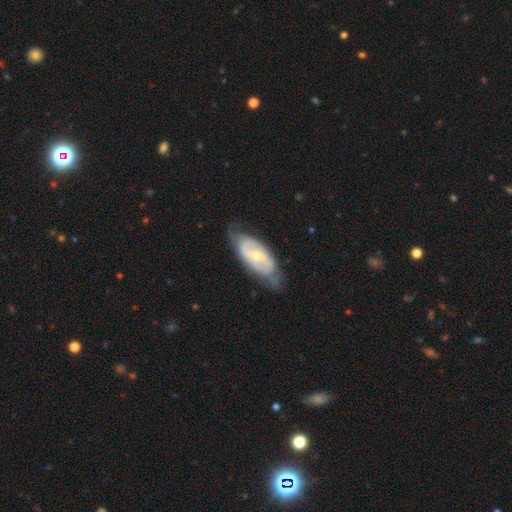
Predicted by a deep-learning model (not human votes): smooth-or-featured: featured or disk: 70% | smooth: 24% | star or artifact: 5%
  disk-edge-on: no: 90% | yes: 10%
    bar: weak: 39% | no: 33% | strong: 28%
    has-spiral-arms: yes: 62% | no: 38%
    bulge-size: small: 51% | moderate: 45% | large: 2% | none: 1% | dominant: 1%
  merging: none: 63% | minor disturbance: 26% | major disturbance: 9% | merger: 2%